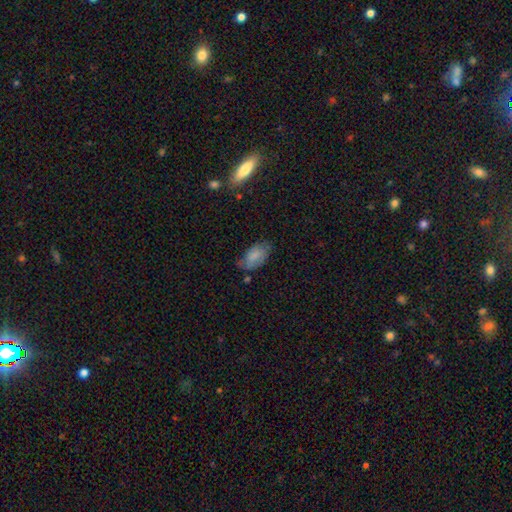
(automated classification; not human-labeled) Q: Smooth or featured?
A: smooth (78%); runner-up: featured or disk (15%)
Q: How rounded?
A: in between (94%); runner-up: round (3%)
Q: Merging?
A: none (58%); runner-up: minor disturbance (31%)